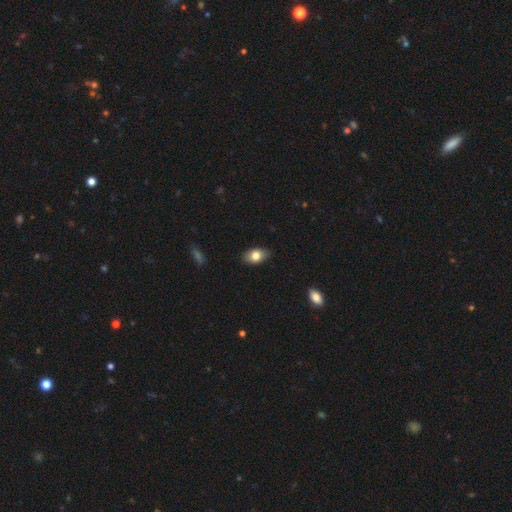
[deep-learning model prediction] Smooth or featured: smooth — 80% (featured or disk — 13%)
How rounded: in between — 88% (round — 10%)
Merging: none — 85% (minor disturbance — 12%)